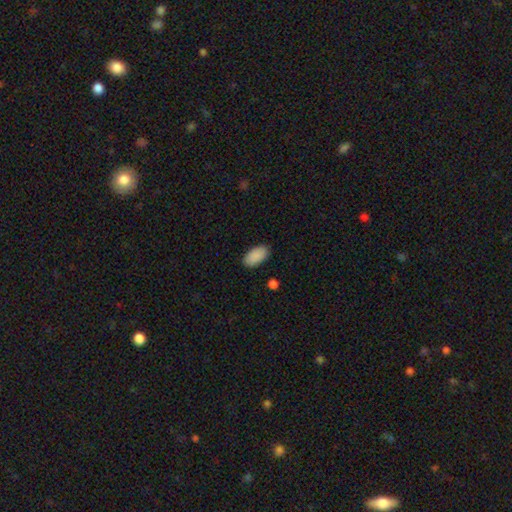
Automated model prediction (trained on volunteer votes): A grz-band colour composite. It shows a smooth galaxy with no disk features (90%) that is in between round and cigar-shaped (95%). Merging: none (88%).